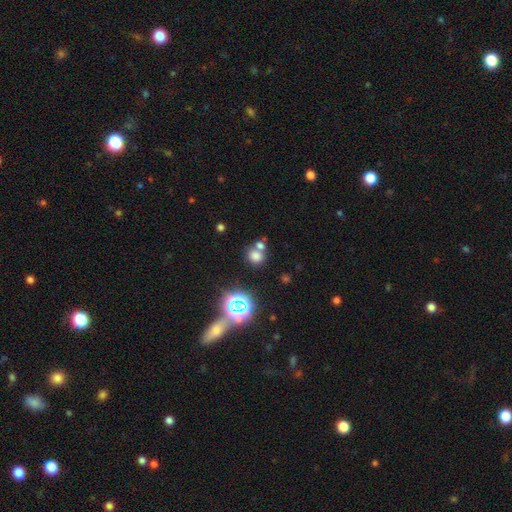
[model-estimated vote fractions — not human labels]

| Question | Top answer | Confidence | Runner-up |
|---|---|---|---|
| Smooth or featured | smooth | 67% | star or artifact (24%) |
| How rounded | round | 77% | in between (22%) |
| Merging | none | 55% | merger (32%) |